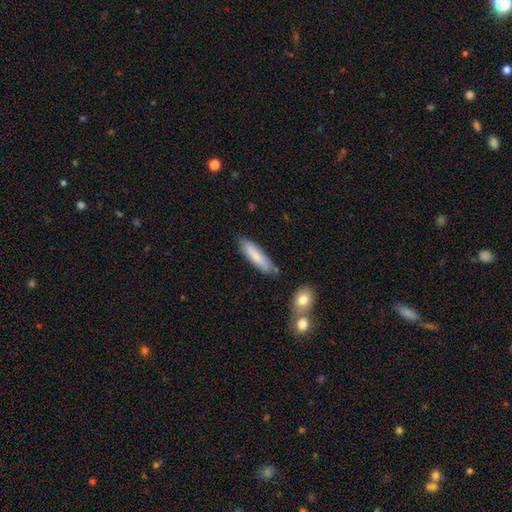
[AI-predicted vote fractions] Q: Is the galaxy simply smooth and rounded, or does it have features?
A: smooth — 79%.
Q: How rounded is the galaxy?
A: cigar-shaped — 70%.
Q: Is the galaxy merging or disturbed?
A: none — 79%.